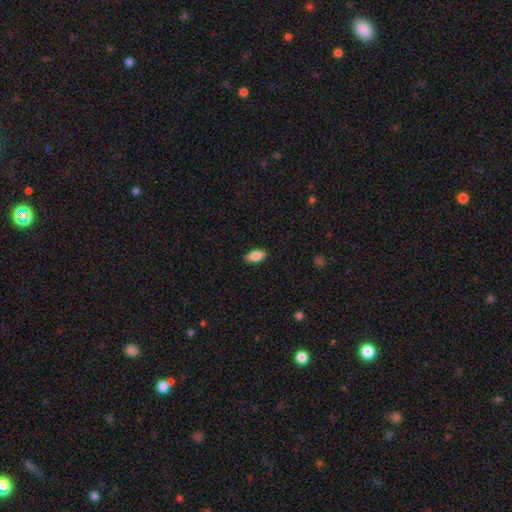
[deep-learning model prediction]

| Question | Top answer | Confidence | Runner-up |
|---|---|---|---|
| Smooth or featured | smooth | 86% | featured or disk (7%) |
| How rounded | in between | 88% | cigar-shaped (9%) |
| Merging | none | 87% | minor disturbance (10%) |